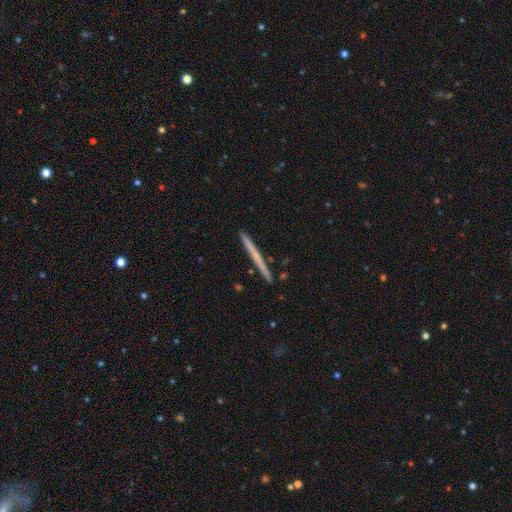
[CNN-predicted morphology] smooth 47% (tied), featured or disk 47% (tied), star or artifact 5%. Down the decision tree: merging — none (92%).